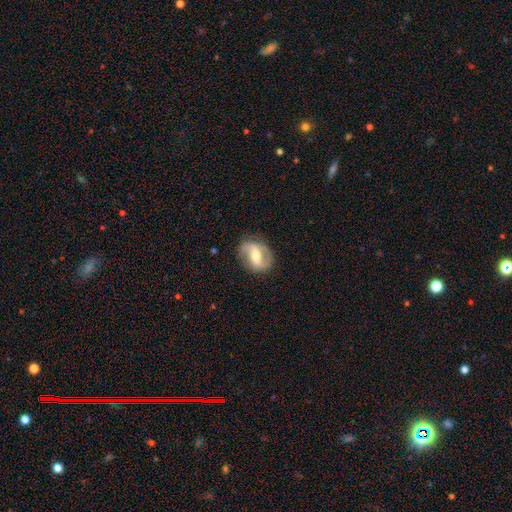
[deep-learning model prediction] smooth_or_featured: featured or disk (p=0.82) [alt: smooth p=0.12]
disk_edge_on: no (p=0.97) [alt: yes p=0.03]
bar: weak (p=0.40) [tied with: strong p=0.40]
has_spiral_arms: yes (p=0.92) [alt: no p=0.08]
spiral_winding: medium (p=0.42) [tied with: loose p=0.42]
spiral_arm_count: 2 (p=0.90) [alt: can't tell p=0.04]
bulge_size: moderate (p=0.62) [alt: small p=0.30]
merging: none (p=0.81) [alt: minor disturbance p=0.13]